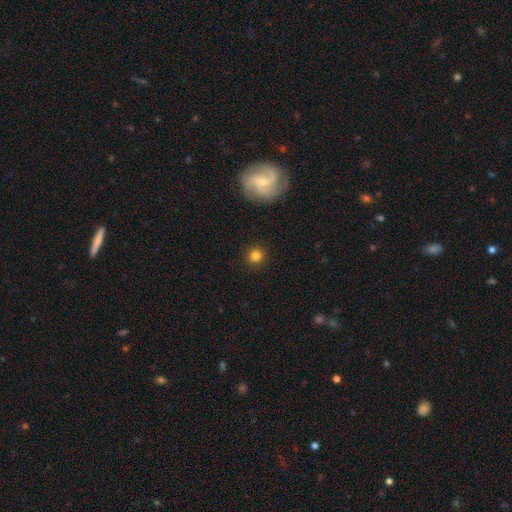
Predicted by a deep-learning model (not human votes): This is clearly a smooth galaxy (81%). How rounded: clearly round (93%). Merging: clearly none (91%).